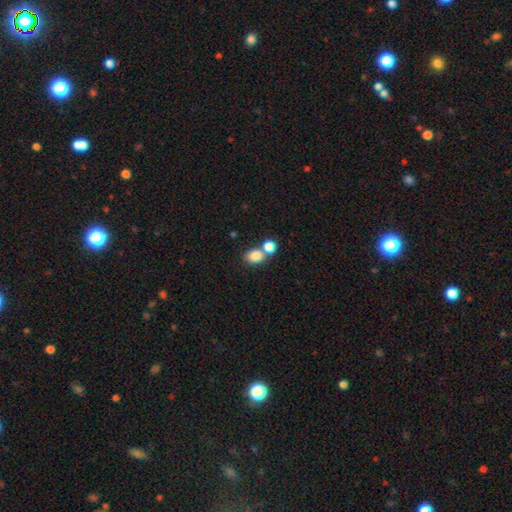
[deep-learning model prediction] A smooth galaxy with no disk features (83%) that is in between round and cigar-shaped (57%). Merging: none (46%).